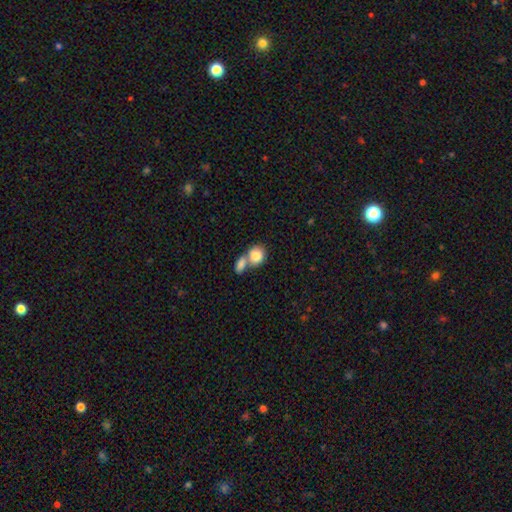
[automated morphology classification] Smooth or featured?
  - smooth: 83% *
  - featured or disk: 10%
  - star or artifact: 7%
How rounded?
  - round: 59% *
  - in between: 39%
  - cigar-shaped: 2%
Merging?
  - merger: 61% *
  - none: 28%
  - minor disturbance: 8%
  - major disturbance: 3%